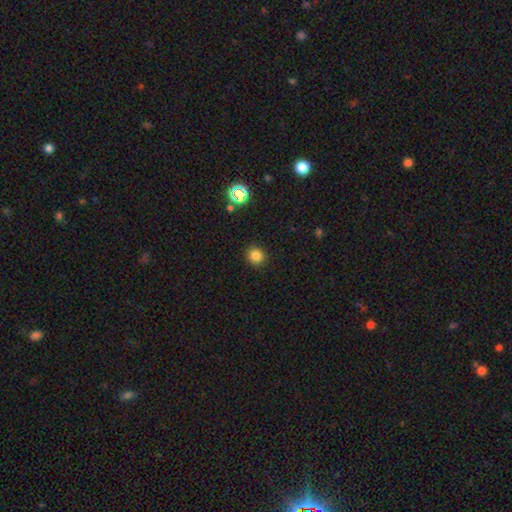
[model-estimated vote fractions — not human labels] Smooth or featured? Predicted: smooth (p=0.82). How rounded? Predicted: round (p=0.89). Merging? Predicted: none (p=0.91).